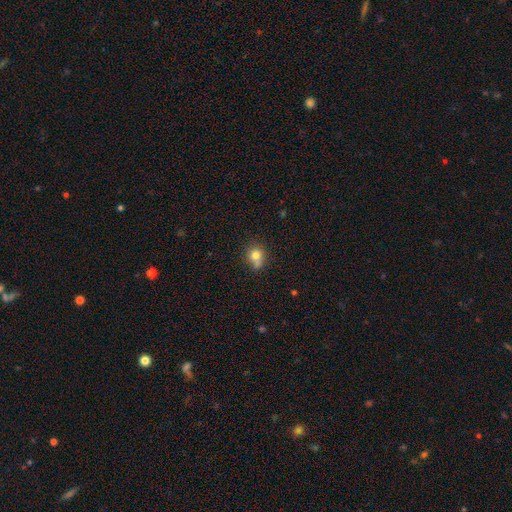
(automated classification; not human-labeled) This is likely a smooth galaxy (79%). How rounded: likely round (79%). Merging: possibly none (57%).